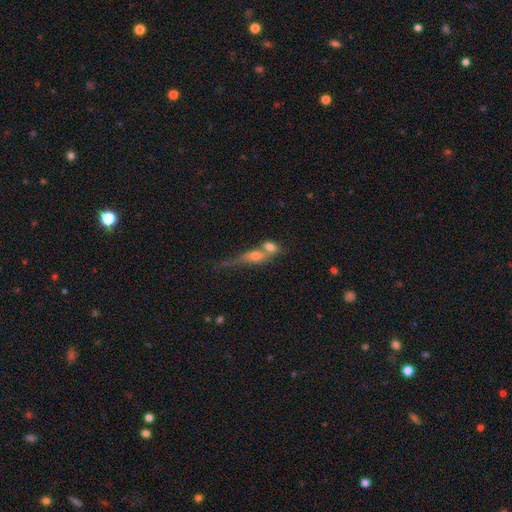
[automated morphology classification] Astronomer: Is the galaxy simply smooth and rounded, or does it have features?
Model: featured or disk — 47% (runner-up: smooth, 39%).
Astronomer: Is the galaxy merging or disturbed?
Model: merger — 51% (runner-up: none, 28%).